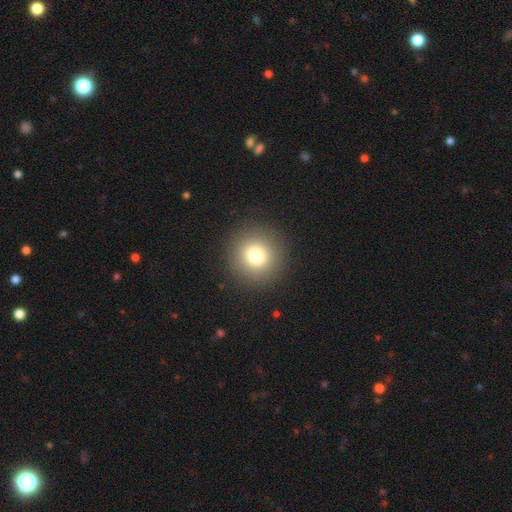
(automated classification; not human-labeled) The model was most divided on "smooth or featured": smooth: 77%, star or artifact: 13%, featured or disk: 10%. More confident: how rounded — round (95%); merging — none (91%).